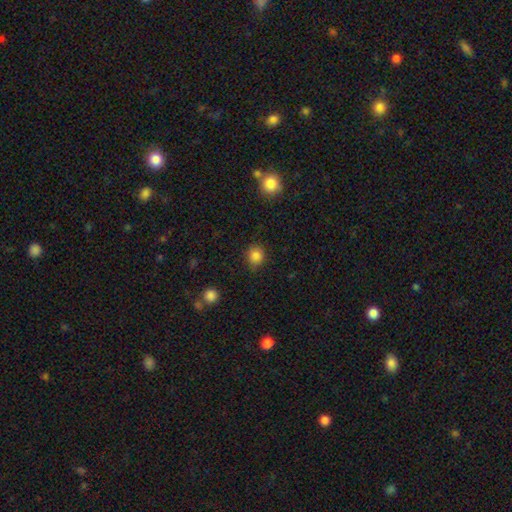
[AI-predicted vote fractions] This appears to be a smooth galaxy with no disk features (85%) that is round (80%). Merging: none (84%).